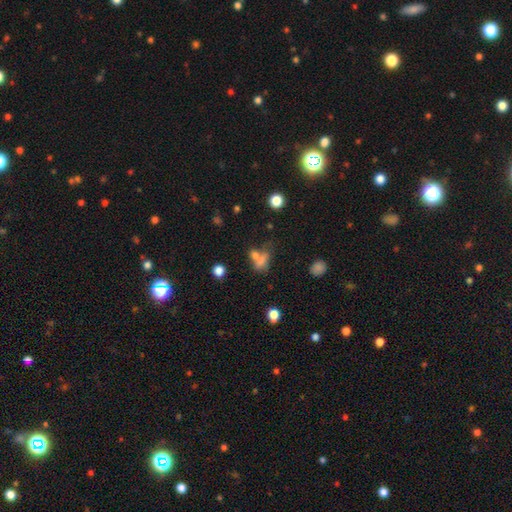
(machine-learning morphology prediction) Smooth or featured?
  - smooth: 66% *
  - star or artifact: 19%
  - featured or disk: 15%
How rounded?
  - in between: 59% *
  - round: 35%
  - cigar-shaped: 6%
Merging?
  - merger: 45% *
  - none: 35%
  - minor disturbance: 12%
  - major disturbance: 9%